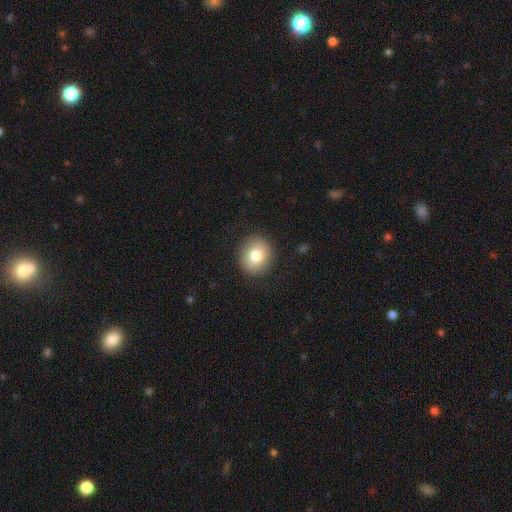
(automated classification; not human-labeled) Smooth or featured?
  - smooth: 80% *
  - featured or disk: 11%
  - star or artifact: 9%
How rounded?
  - round: 81% *
  - in between: 18%
  - cigar-shaped: 1%
Merging?
  - none: 90% *
  - minor disturbance: 7%
  - major disturbance: 2%
  - merger: 1%